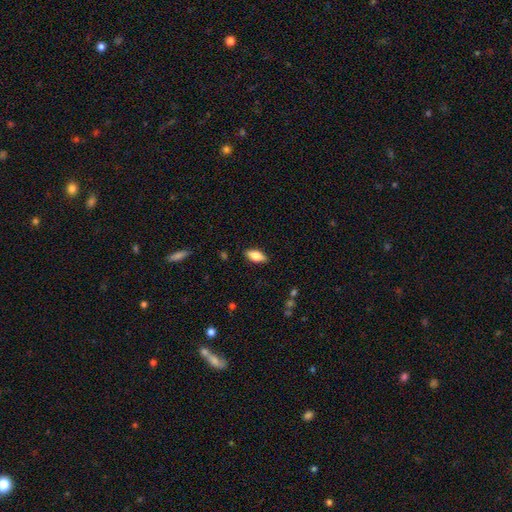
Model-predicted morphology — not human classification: A smooth galaxy with no disk features (77%) that is in between round and cigar-shaped (84%). Merging: none (87%).